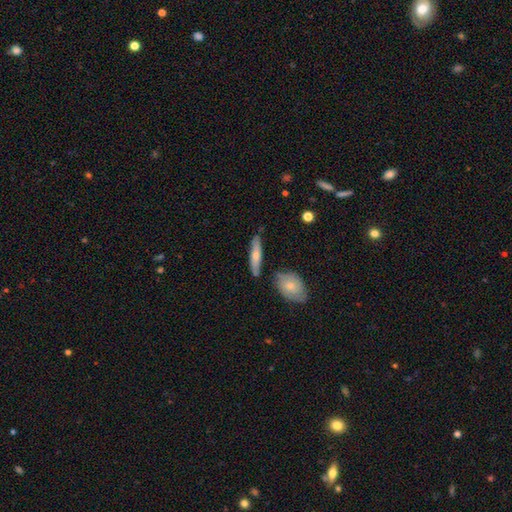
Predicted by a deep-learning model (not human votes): Smooth or featured?
  - smooth: 61% *
  - featured or disk: 34%
  - star or artifact: 6%
How rounded?
  - cigar-shaped: 71% *
  - in between: 26%
  - round: 2%
Merging?
  - none: 77% *
  - minor disturbance: 14%
  - merger: 7%
  - major disturbance: 3%